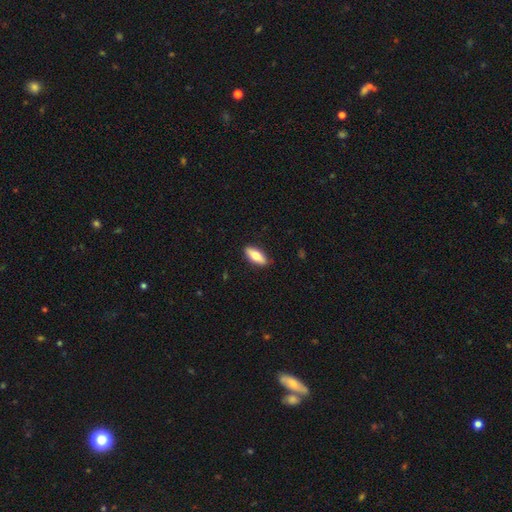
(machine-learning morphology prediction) Smooth or featured?
  - smooth: 70% *
  - featured or disk: 24%
  - star or artifact: 6%
How rounded?
  - in between: 71% *
  - cigar-shaped: 26%
  - round: 3%
Merging?
  - none: 89% *
  - minor disturbance: 9%
  - major disturbance: 2%
  - merger: 1%